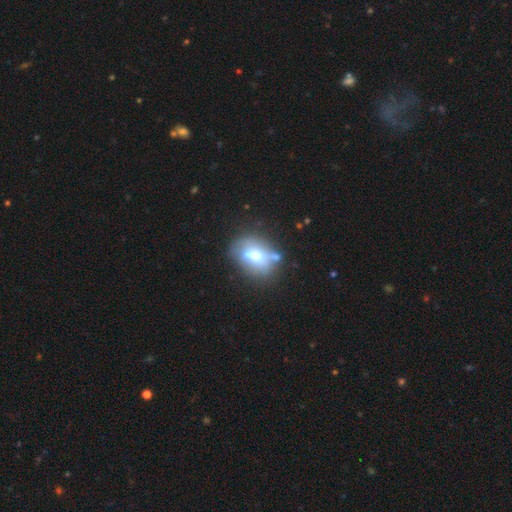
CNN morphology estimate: A smooth galaxy with no disk features (48%).

Vote fractions:
- Smooth or featured? smooth: 48% / featured or disk: 41% / star or artifact: 11%
- Merging? none: 50% / merger: 20% / minor disturbance: 20% / major disturbance: 9%